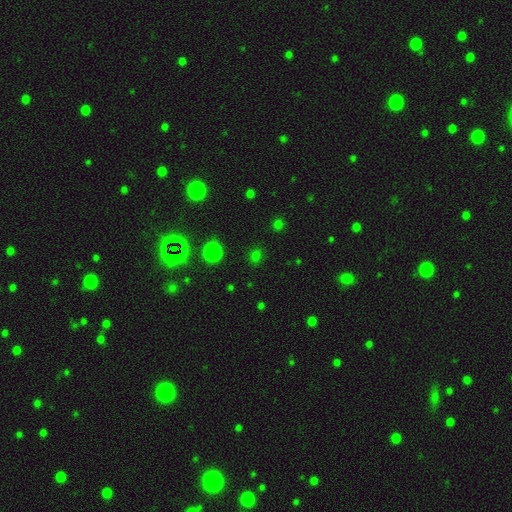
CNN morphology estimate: Q: Smooth or featured?
A: smooth (63%); runner-up: star or artifact (32%)
Q: How rounded?
A: round (66%); runner-up: in between (32%)
Q: Merging?
A: none (84%); runner-up: minor disturbance (9%)